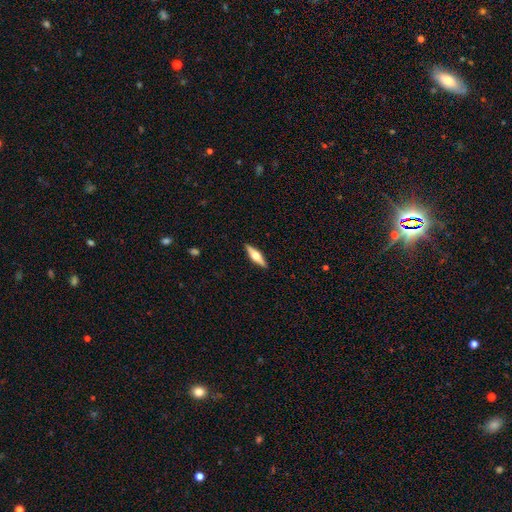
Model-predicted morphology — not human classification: This is likely a featured or disk galaxy (60%). It is clearly viewed edge-on (96%). Edge-on bulge: clearly rounded (94%). Merging: clearly none (90%).